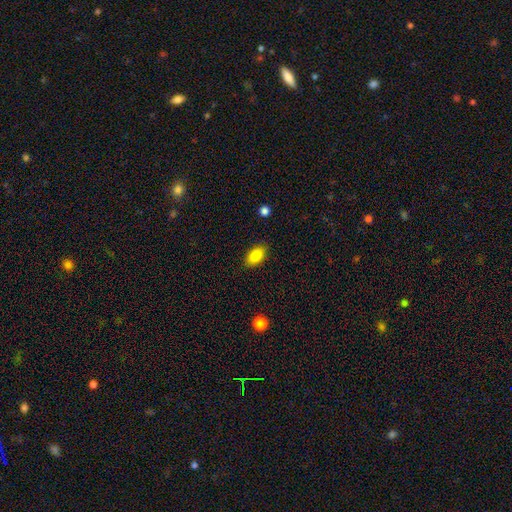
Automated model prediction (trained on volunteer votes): This is clearly a smooth galaxy (86%). How rounded: clearly in between (91%). Merging: clearly none (86%).